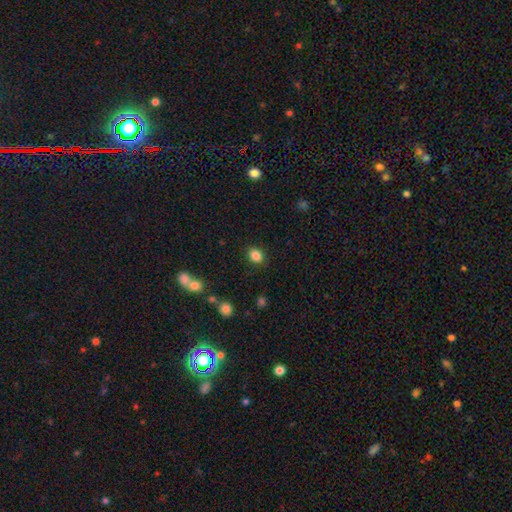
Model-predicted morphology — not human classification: The model was most divided on "how rounded": in between: 51%, round: 48%, cigar-shaped: 1%. More confident: merging — none (87%); smooth or featured — smooth (85%).